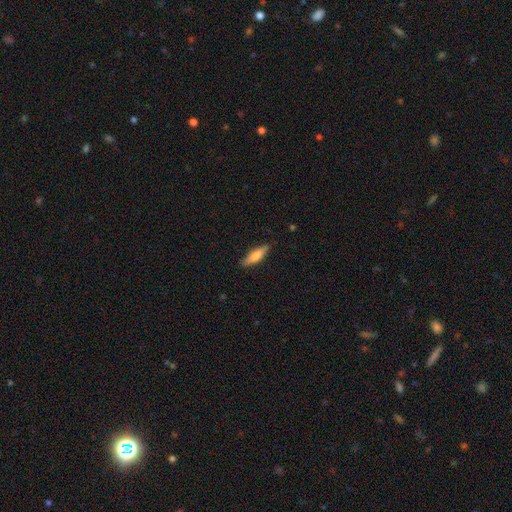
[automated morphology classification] Smooth or featured?
  - smooth: 63% *
  - featured or disk: 31%
  - star or artifact: 6%
How rounded?
  - cigar-shaped: 69% *
  - in between: 29%
  - round: 2%
Merging?
  - none: 87% *
  - minor disturbance: 10%
  - major disturbance: 2%
  - merger: 1%